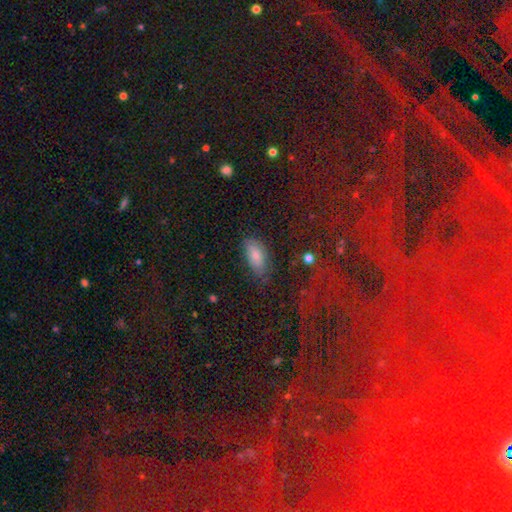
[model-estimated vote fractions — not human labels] This appears to be a smooth galaxy with no disk features (80%) that is in between round and cigar-shaped (87%). Merging: none (69%).